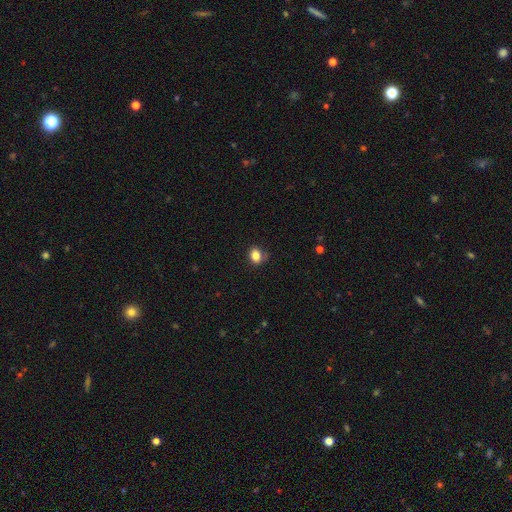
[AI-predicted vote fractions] Overall: smooth (83%). How rounded: in between (56%; round 43%). Merging: none (76%).